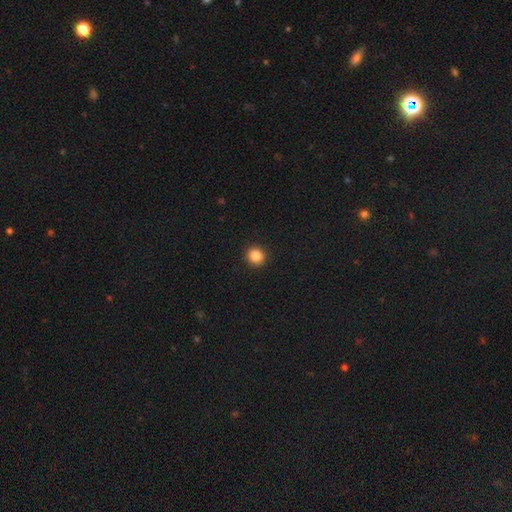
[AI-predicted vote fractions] Smooth or featured? smooth (86%)
How rounded? round (90%)
Merging? none (93%)